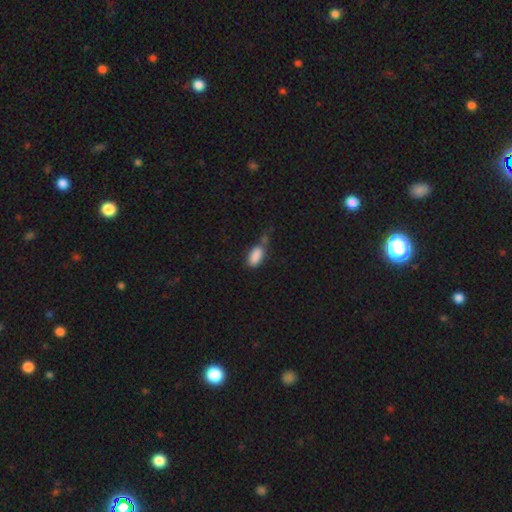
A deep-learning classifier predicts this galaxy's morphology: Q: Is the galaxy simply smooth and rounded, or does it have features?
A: smooth — 87%.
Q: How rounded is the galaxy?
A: in between — 90%.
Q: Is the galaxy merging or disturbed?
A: none — 45%.